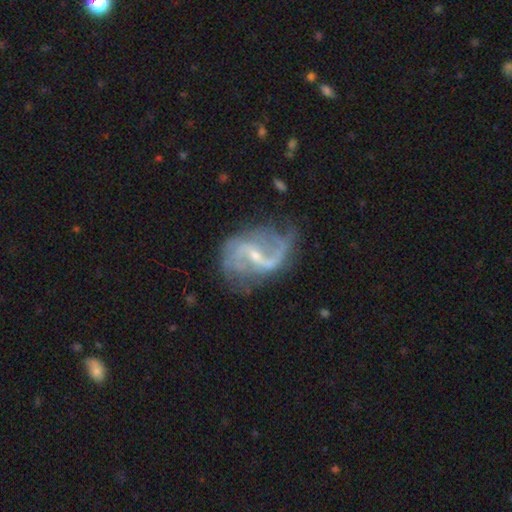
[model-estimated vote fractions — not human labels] The model was most divided on "bar": weak: 48%, strong: 35%, no: 16%. More confident: edge-on disk — no (98%); spiral arms — yes (95%); smooth or featured — featured or disk (90%); spiral arm count — 2 (85%); bulge size — small (68%); merging — none (61%); spiral winding — loose (60%).